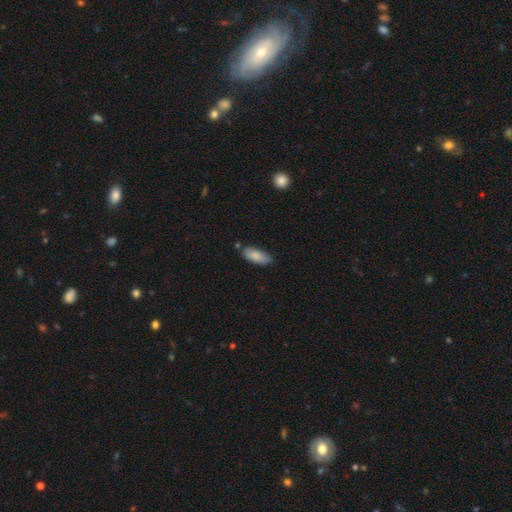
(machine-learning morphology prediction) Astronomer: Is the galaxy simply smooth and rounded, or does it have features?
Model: smooth — 84%.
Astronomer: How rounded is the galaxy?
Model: in between — 83%.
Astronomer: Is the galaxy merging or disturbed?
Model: none — 74%.